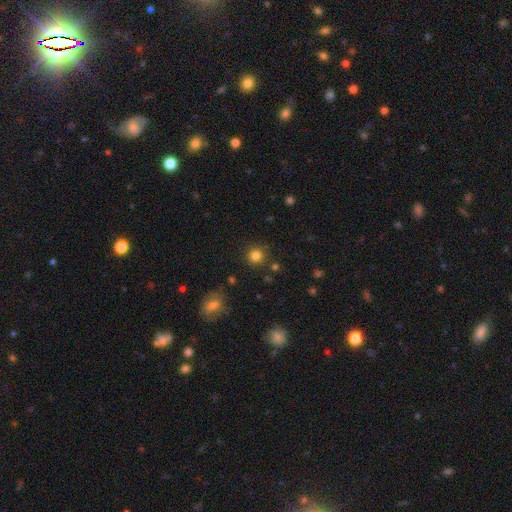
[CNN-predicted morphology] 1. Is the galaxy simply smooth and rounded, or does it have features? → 81% smooth, 13% star or artifact, 5% featured or disk.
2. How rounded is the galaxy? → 93% round, 6% in between, 1% cigar-shaped.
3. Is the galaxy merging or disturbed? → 88% none, 7% minor disturbance, 3% merger, 3% major disturbance.